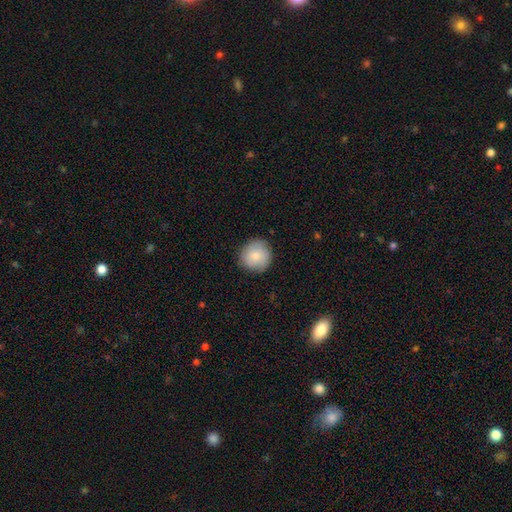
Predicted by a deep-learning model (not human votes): A smooth galaxy with no disk features (78%) that is round (93%).

Vote fractions:
- Smooth or featured? smooth: 78% / featured or disk: 15% / star or artifact: 7%
- How rounded? round: 93% / in between: 6% / cigar-shaped: 1%
- Merging? none: 86% / minor disturbance: 10% / major disturbance: 2% / merger: 1%